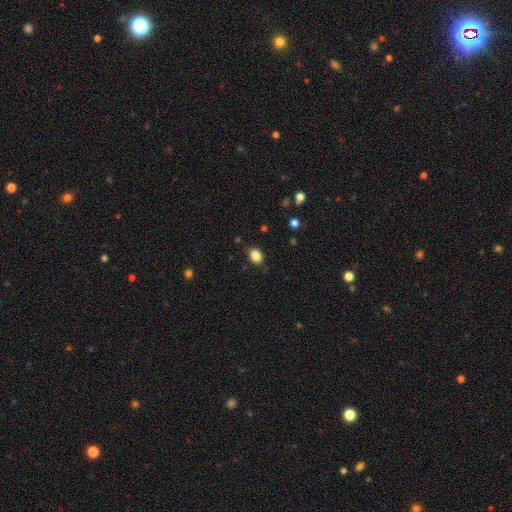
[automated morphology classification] smooth_or_featured: smooth (p=0.86) [alt: star or artifact p=0.10]
how_rounded: in between (p=0.70) [alt: round p=0.29]
merging: none (p=0.84) [alt: minor disturbance p=0.12]